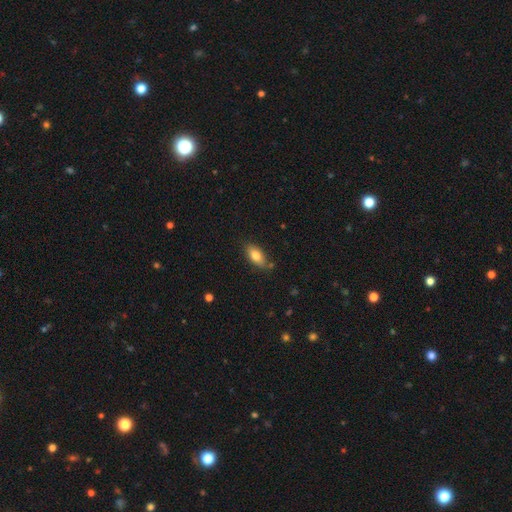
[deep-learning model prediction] Smooth or featured?
  - smooth: 78% *
  - featured or disk: 14%
  - star or artifact: 7%
How rounded?
  - in between: 87% *
  - cigar-shaped: 9%
  - round: 3%
Merging?
  - none: 76% *
  - minor disturbance: 17%
  - merger: 4%
  - major disturbance: 3%